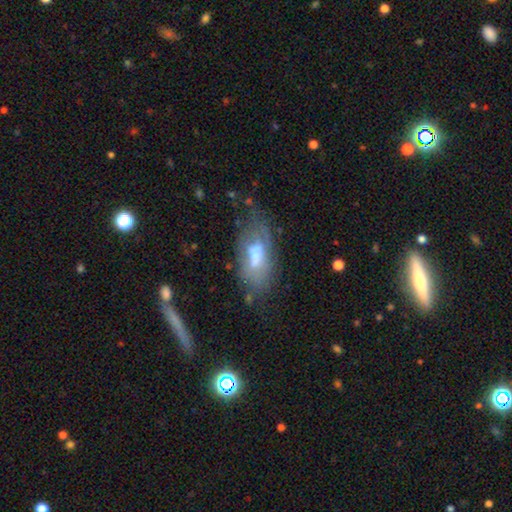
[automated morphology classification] Smooth or featured? Predicted: smooth (p=0.47). Merging? Predicted: none (p=0.44).